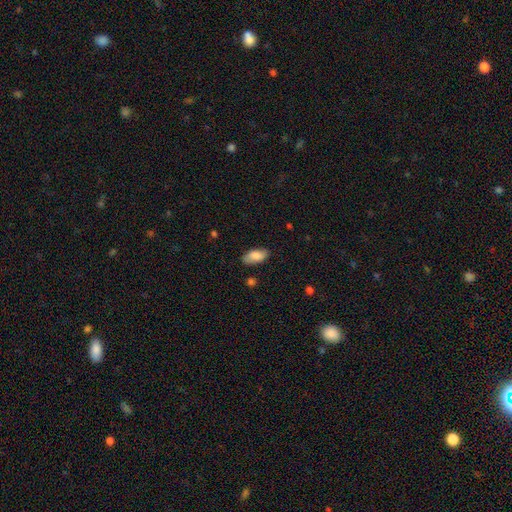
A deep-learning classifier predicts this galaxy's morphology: smooth-or-featured: smooth: 81% | featured or disk: 12% | star or artifact: 7%
  how-rounded: in between: 91% | cigar-shaped: 7% | round: 3%
  merging: none: 80% | minor disturbance: 15% | major disturbance: 3% | merger: 2%